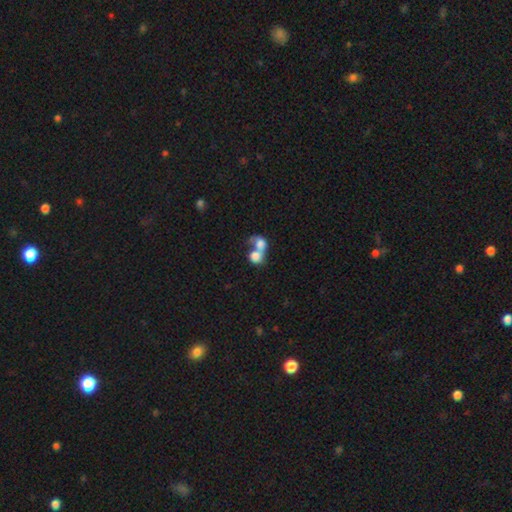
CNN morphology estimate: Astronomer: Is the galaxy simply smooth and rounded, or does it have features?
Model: smooth — 73%.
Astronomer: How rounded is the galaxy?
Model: round — 58% (runner-up: in between, 40%).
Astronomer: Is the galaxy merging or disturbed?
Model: merger — 78%.